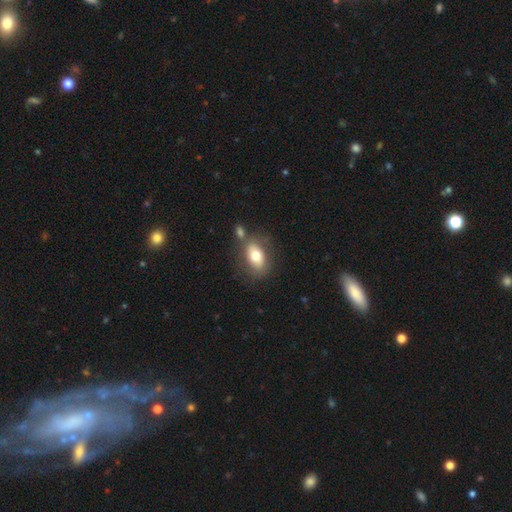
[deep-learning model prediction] The model was most divided on "merging": none: 62%, merger: 17%, minor disturbance: 15%, major disturbance: 6%. More confident: how rounded — in between (86%); smooth or featured — smooth (71%).